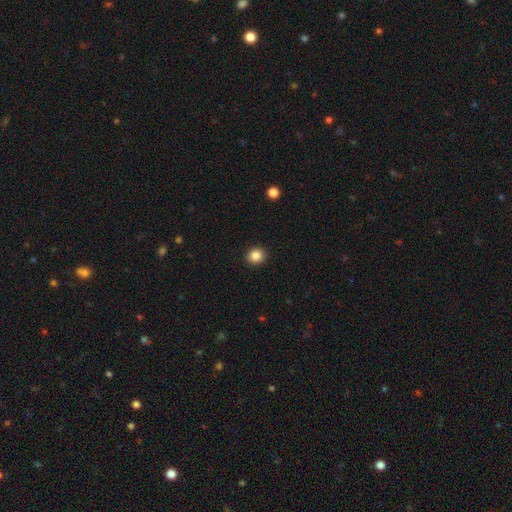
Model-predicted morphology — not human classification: Smooth or featured: smooth — 85% (star or artifact — 10%)
How rounded: round — 86% (in between — 13%)
Merging: none — 92% (minor disturbance — 5%)